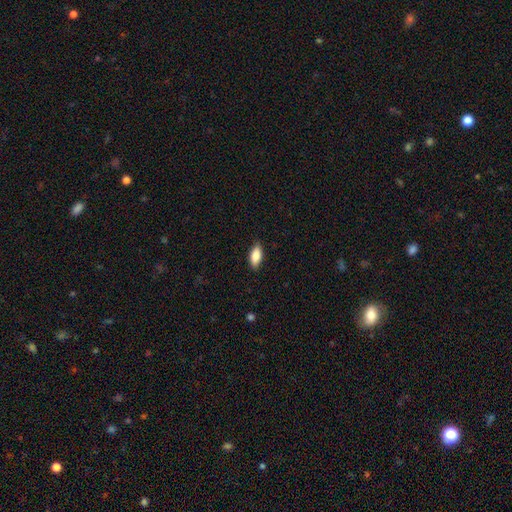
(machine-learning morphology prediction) smooth-or-featured: smooth: 82% | featured or disk: 11% | star or artifact: 6%
  how-rounded: in between: 84% | cigar-shaped: 14% | round: 2%
  merging: none: 87% | minor disturbance: 10% | major disturbance: 2% | merger: 1%